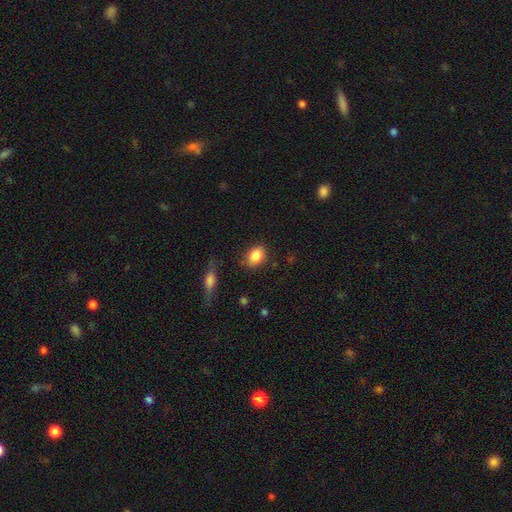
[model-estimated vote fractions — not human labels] Overall: smooth (86%). How rounded: in between (74%). Merging: none (81%).